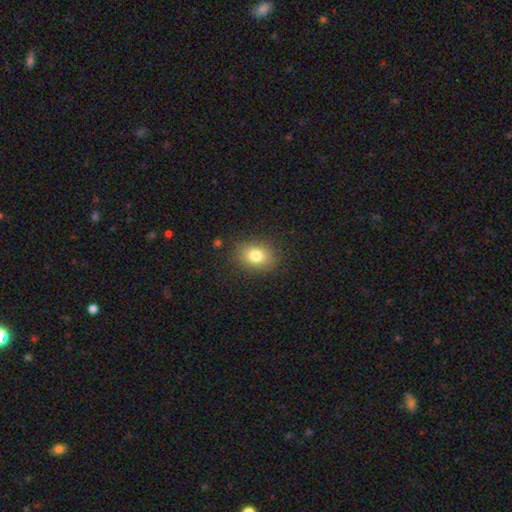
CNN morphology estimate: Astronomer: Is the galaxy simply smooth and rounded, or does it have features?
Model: smooth — 80%.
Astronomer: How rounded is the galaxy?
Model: in between — 57% (runner-up: round, 42%).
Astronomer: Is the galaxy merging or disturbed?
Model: none — 86%.